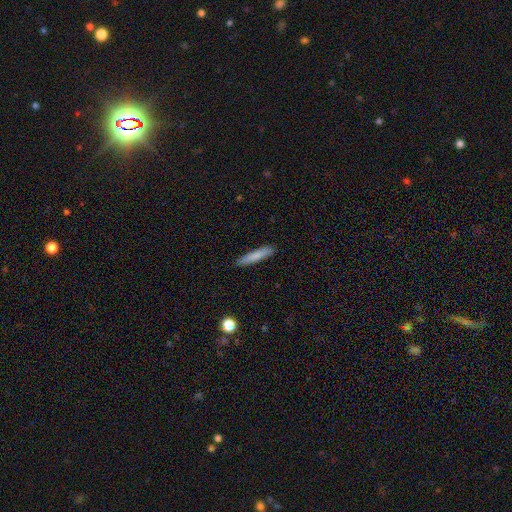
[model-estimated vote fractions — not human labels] Smooth or featured? Predicted: smooth (p=0.81). How rounded? Predicted: cigar-shaped (p=0.91). Merging? Predicted: none (p=0.88).